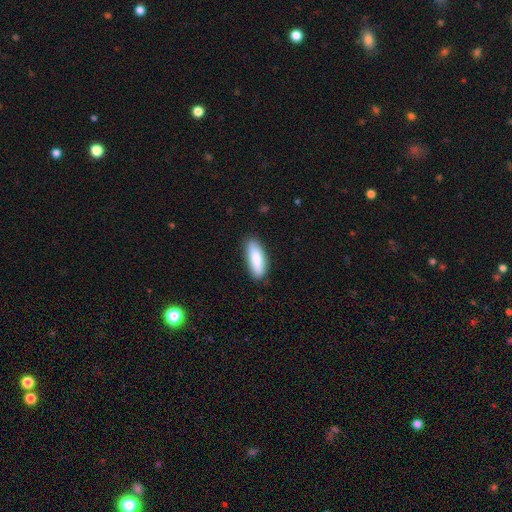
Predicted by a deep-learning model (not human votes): The model was most divided on "how rounded": in between: 59%, cigar-shaped: 39%, round: 2%. More confident: smooth or featured — smooth (86%); merging — none (85%).